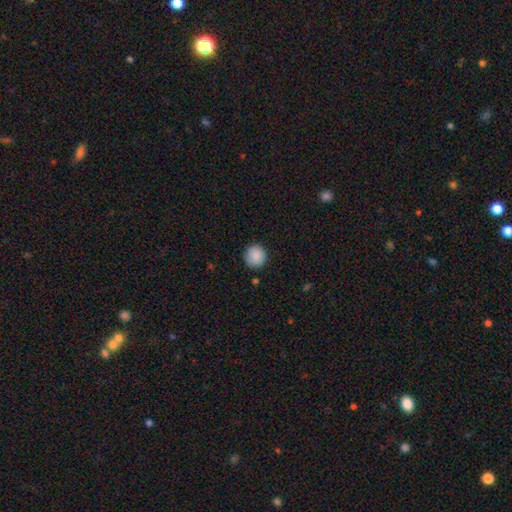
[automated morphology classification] This appears to be a smooth galaxy with no disk features (89%) that is round (93%). Merging: none (87%).